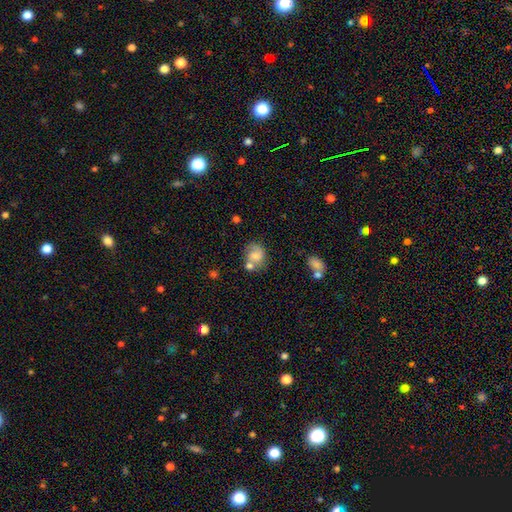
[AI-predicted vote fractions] smooth 58%, featured or disk 32%, star or artifact 10%. Down the decision tree: how rounded — round (57%); merging — none (45%).